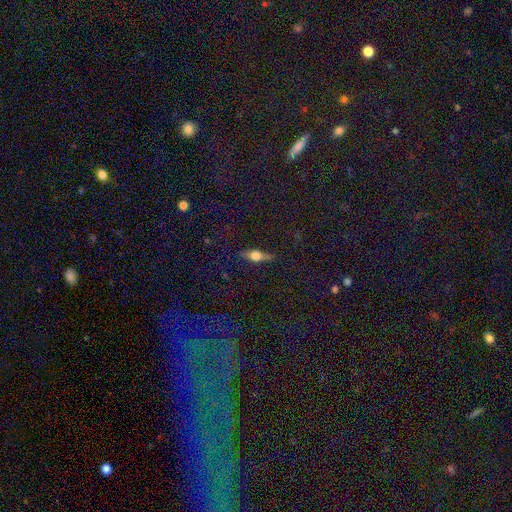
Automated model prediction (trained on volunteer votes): Overall: featured or disk (56%; smooth 36%). Edge-on disk: yes (94%). Edge-on bulge: rounded (94%). Merging: none (86%).